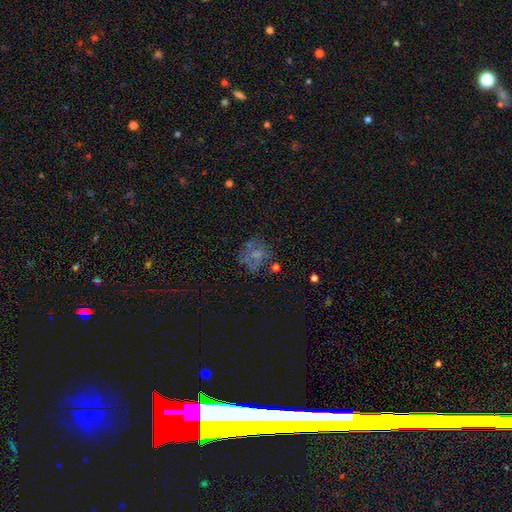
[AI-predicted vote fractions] smooth_or_featured: featured or disk (p=0.44) [alt: smooth p=0.39]
merging: none (p=0.52) [alt: major disturbance p=0.21]